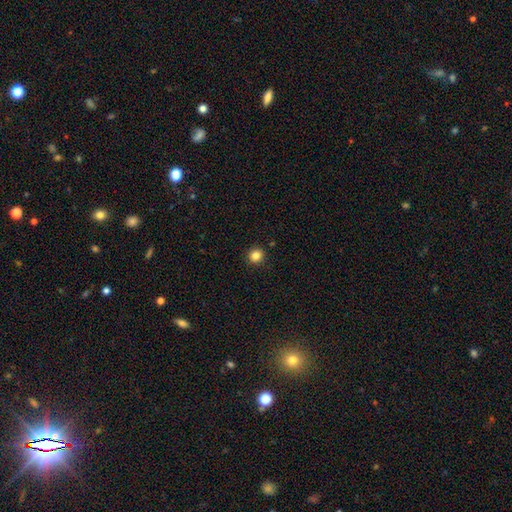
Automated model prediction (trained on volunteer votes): The model was most divided on "smooth or featured": smooth: 84%, star or artifact: 12%, featured or disk: 4%. More confident: how rounded — round (93%); merging — none (92%).